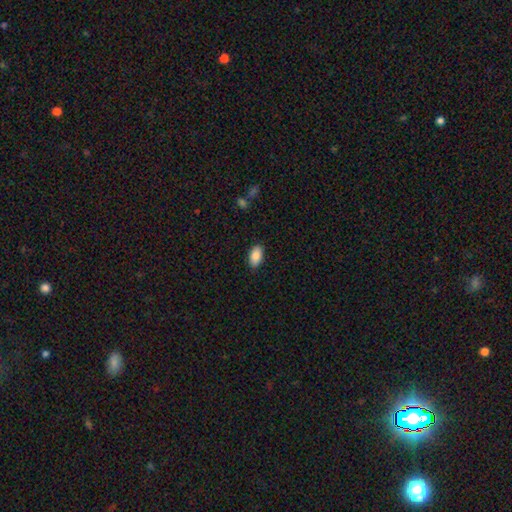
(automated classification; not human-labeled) Smooth or featured: smooth — 88% (star or artifact — 7%)
How rounded: in between — 94% (round — 4%)
Merging: none — 87% (minor disturbance — 10%)